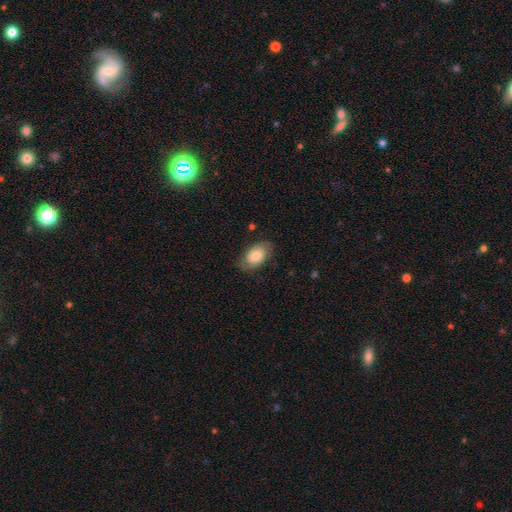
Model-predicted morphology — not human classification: Smooth or featured? smooth (66%)
How rounded? in between (89%)
Merging? none (75%)